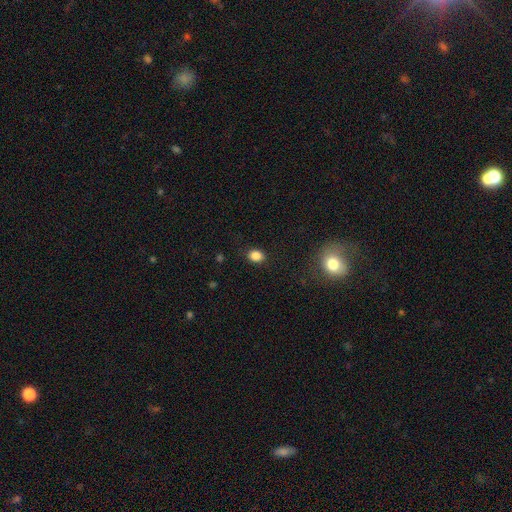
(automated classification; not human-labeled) smooth-or-featured: smooth: 85% | star or artifact: 11% | featured or disk: 4%
  how-rounded: in between: 58% | round: 40% | cigar-shaped: 1%
  merging: none: 87% | minor disturbance: 9% | major disturbance: 3% | merger: 1%